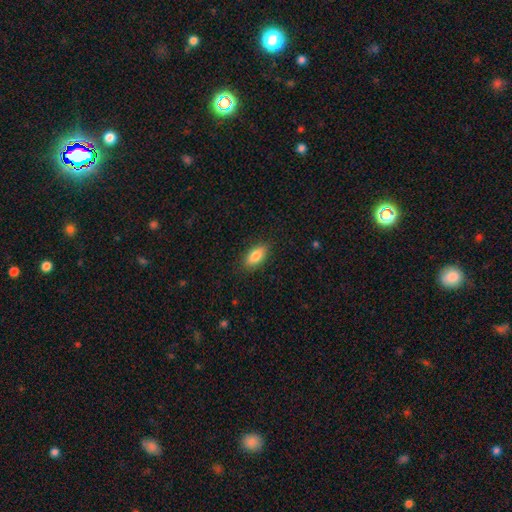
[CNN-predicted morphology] Smooth or featured: smooth — 83% (featured or disk — 10%)
How rounded: in between — 86% (cigar-shaped — 10%)
Merging: none — 87% (minor disturbance — 9%)